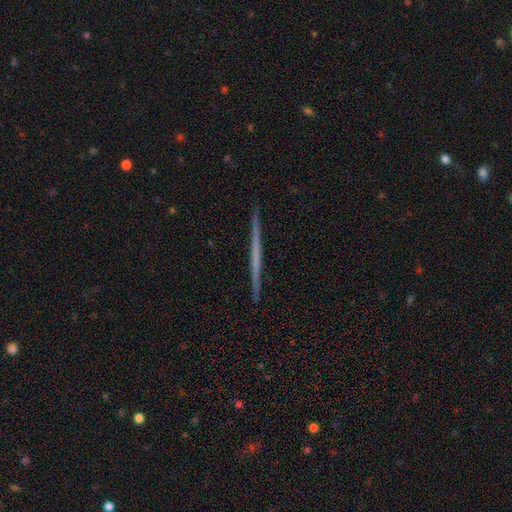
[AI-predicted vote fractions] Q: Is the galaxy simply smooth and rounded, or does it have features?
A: featured or disk — 62%.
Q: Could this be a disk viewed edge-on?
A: yes — 98%.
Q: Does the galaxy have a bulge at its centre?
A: none — 91%.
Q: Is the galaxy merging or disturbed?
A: none — 93%.